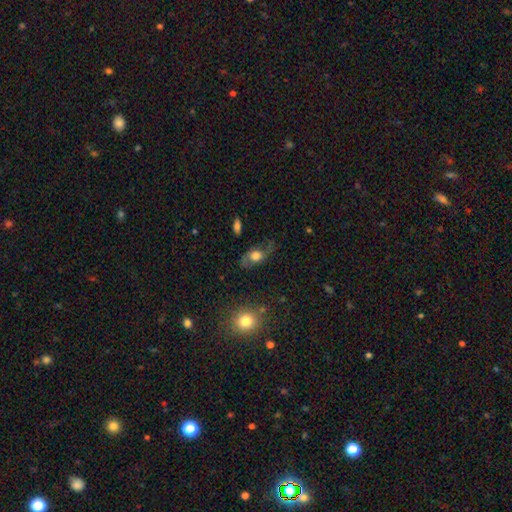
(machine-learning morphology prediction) Q: Smooth or featured?
A: featured or disk (48%); runner-up: smooth (42%)
Q: Merging?
A: none (59%); runner-up: minor disturbance (23%)